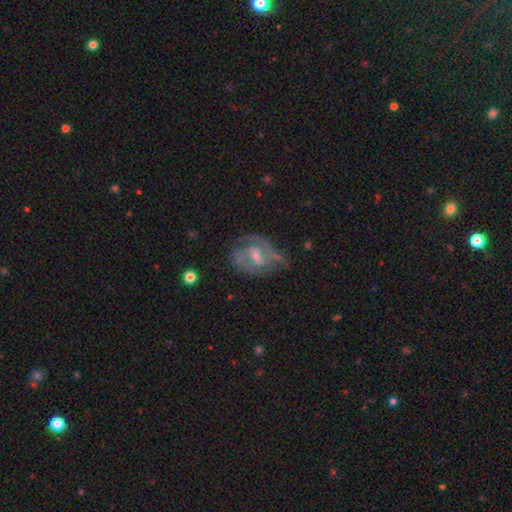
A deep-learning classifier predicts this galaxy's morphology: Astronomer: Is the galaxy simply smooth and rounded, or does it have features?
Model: featured or disk — 76%.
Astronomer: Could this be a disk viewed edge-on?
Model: no — 96%.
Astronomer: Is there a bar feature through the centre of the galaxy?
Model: weak — 53% (runner-up: no, 30%).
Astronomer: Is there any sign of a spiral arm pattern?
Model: yes — 83%.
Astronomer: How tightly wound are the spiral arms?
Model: medium — 46% (runner-up: tight, 38%).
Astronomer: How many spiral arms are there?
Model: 2 — 55%.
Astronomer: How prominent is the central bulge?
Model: moderate — 44%, tied with small at 44%.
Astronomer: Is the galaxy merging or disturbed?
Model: none — 57%.